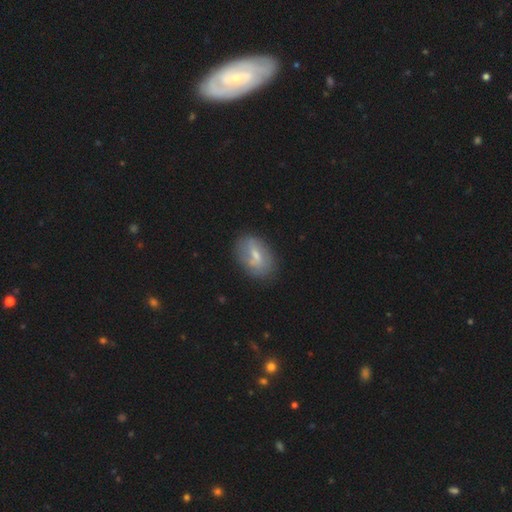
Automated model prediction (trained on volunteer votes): Smooth or featured?
  - featured or disk: 47% *
  - smooth: 46%
  - star or artifact: 7%
Merging?
  - none: 72% *
  - minor disturbance: 19%
  - major disturbance: 6%
  - merger: 3%